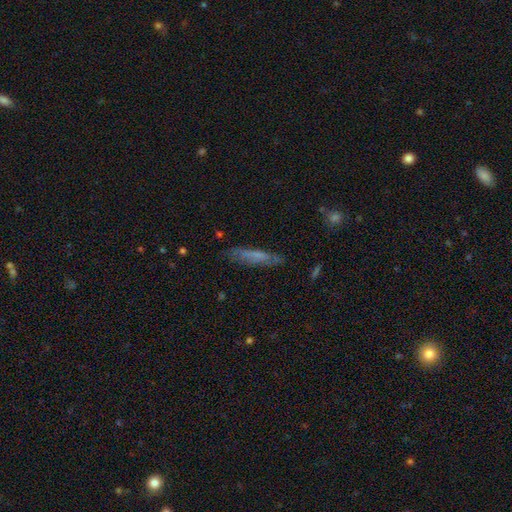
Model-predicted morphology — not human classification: Smooth or featured: smooth — 55% (featured or disk — 37%)
How rounded: cigar-shaped — 86% (in between — 12%)
Merging: none — 78% (minor disturbance — 16%)